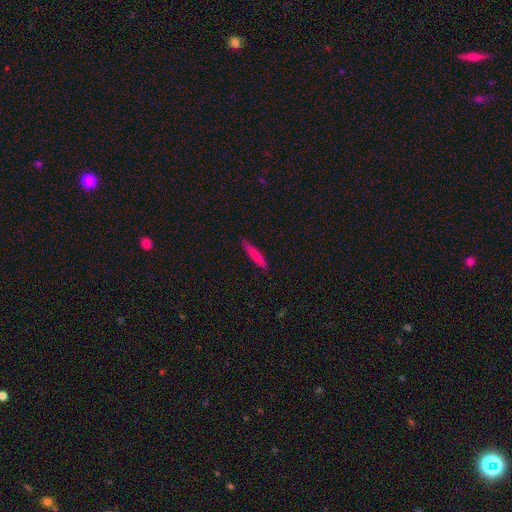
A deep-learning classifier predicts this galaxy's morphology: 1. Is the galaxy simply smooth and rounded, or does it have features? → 71% smooth, 23% featured or disk, 6% star or artifact.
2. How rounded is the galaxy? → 91% cigar-shaped, 7% in between, 1% round.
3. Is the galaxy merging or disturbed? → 87% none, 10% minor disturbance, 2% major disturbance, 1% merger.